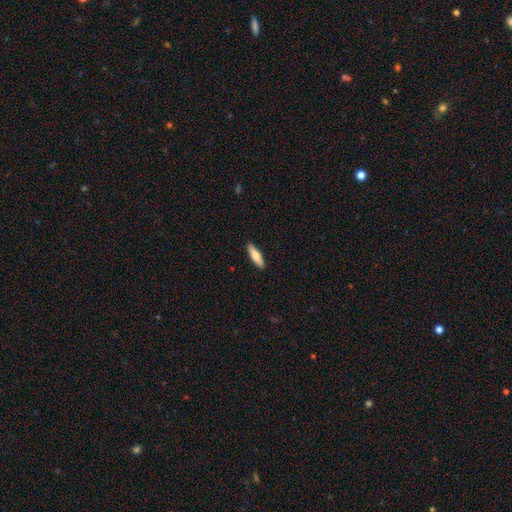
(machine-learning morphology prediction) Smooth or featured: smooth — 76% (featured or disk — 19%)
How rounded: cigar-shaped — 60% (in between — 38%)
Merging: none — 90% (minor disturbance — 7%)